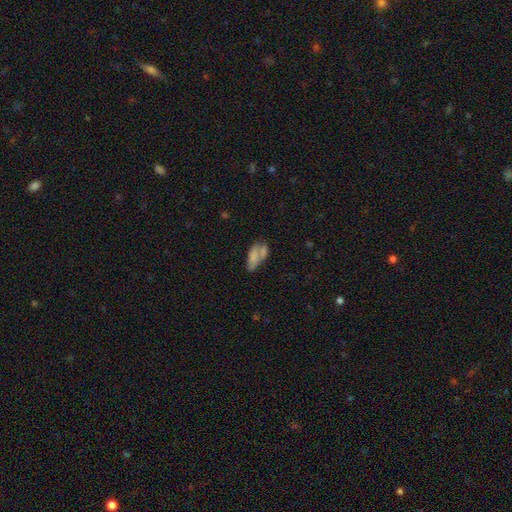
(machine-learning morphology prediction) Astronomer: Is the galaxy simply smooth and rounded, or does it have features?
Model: smooth — 67%.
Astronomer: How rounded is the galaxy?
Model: in between — 84%.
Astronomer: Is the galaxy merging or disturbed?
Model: merger — 42% (runner-up: none, 30%).